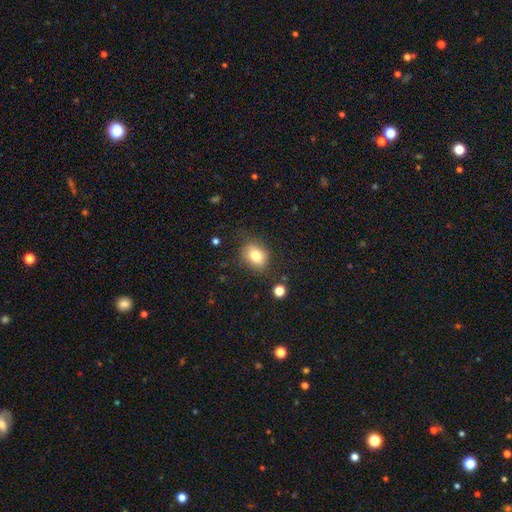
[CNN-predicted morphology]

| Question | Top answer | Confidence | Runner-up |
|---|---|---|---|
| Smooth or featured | smooth | 79% | star or artifact (11%) |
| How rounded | round | 50% | in between (49%) |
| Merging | none | 77% | minor disturbance (16%) |